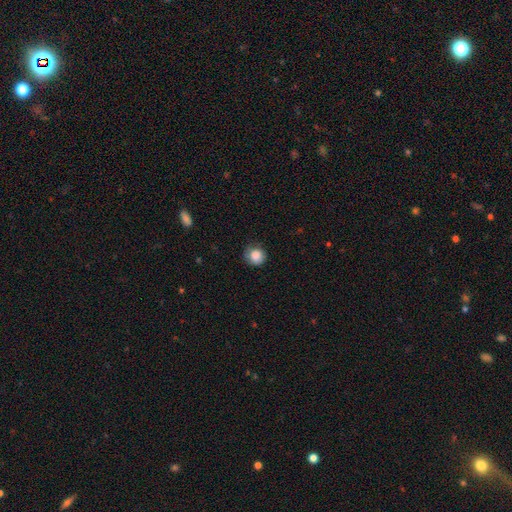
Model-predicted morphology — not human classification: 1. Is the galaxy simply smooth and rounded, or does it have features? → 86% smooth, 8% star or artifact, 6% featured or disk.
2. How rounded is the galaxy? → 85% round, 14% in between, 1% cigar-shaped.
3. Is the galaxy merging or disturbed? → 67% none, 25% minor disturbance, 7% major disturbance, 1% merger.